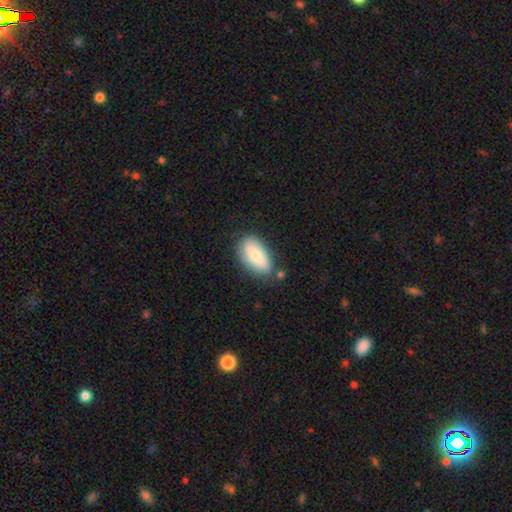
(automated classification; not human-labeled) smooth-or-featured: smooth: 77% | featured or disk: 17% | star or artifact: 6%
  how-rounded: in between: 92% | cigar-shaped: 5% | round: 3%
  merging: none: 68% | minor disturbance: 22% | major disturbance: 5% | merger: 5%